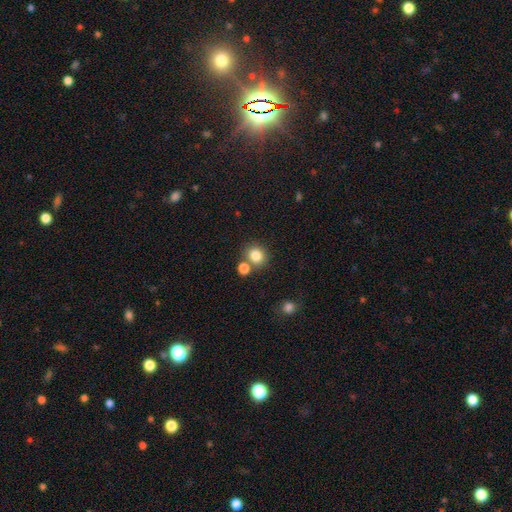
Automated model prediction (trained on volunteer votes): Morphology: type=smooth (83%); roundness=round (81%); merging=none (69%).